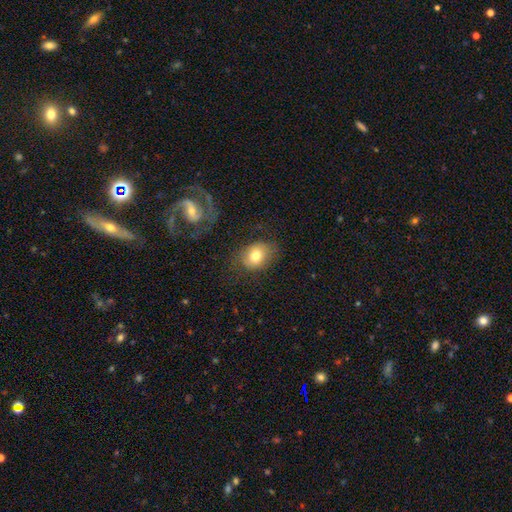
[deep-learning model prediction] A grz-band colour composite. It shows a smooth galaxy with no disk features (74%) that is in between round and cigar-shaped (59%). Merging: none (68%).